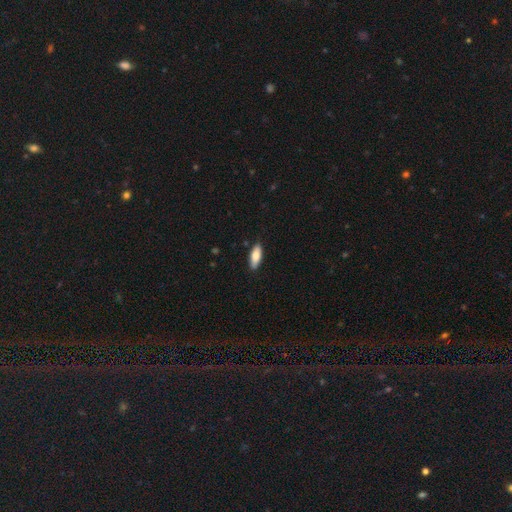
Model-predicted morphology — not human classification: Overall: smooth (81%). How rounded: in between (73%). Merging: none (87%).